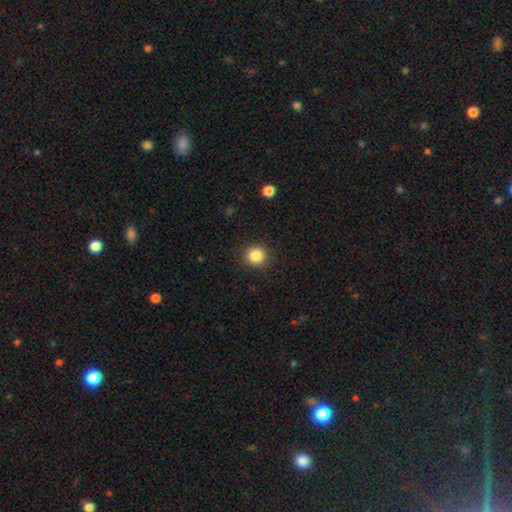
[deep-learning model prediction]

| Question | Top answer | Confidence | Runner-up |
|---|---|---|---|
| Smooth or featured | smooth | 85% | star or artifact (10%) |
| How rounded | round | 93% | in between (6%) |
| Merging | none | 90% | minor disturbance (6%) |